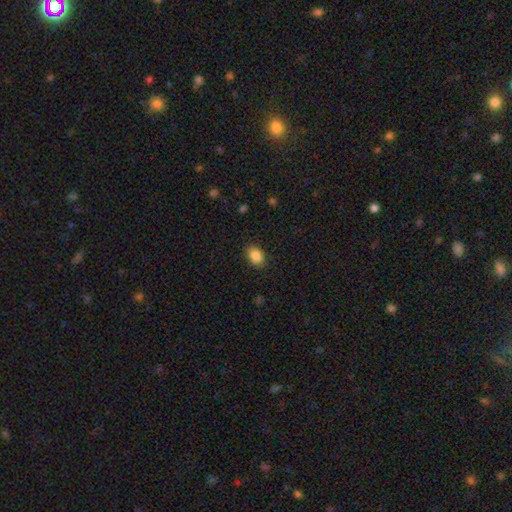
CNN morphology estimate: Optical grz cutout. It shows a smooth galaxy with no disk features (87%) that is in between round and cigar-shaped (77%). Merging: none (87%).